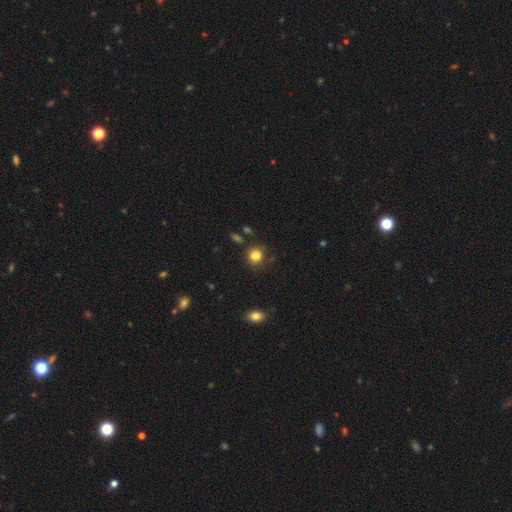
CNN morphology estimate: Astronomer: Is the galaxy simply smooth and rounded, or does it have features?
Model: smooth — 83%.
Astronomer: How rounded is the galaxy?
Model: round — 81%.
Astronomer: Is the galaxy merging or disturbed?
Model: none — 80%.